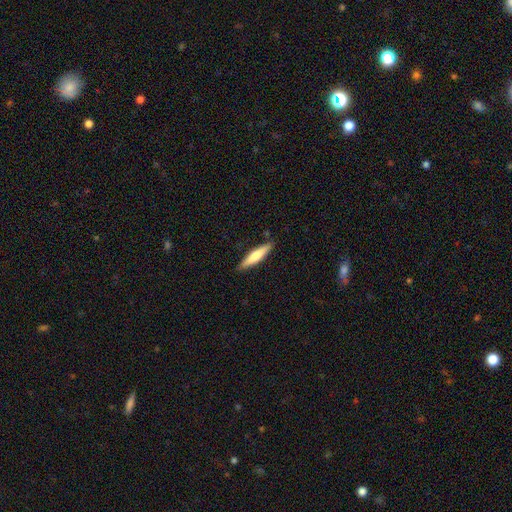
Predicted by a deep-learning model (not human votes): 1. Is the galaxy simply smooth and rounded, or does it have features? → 64% smooth, 31% featured or disk, 5% star or artifact.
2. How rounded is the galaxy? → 84% cigar-shaped, 15% in between, 1% round.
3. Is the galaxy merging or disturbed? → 87% none, 9% minor disturbance, 2% major disturbance, 2% merger.